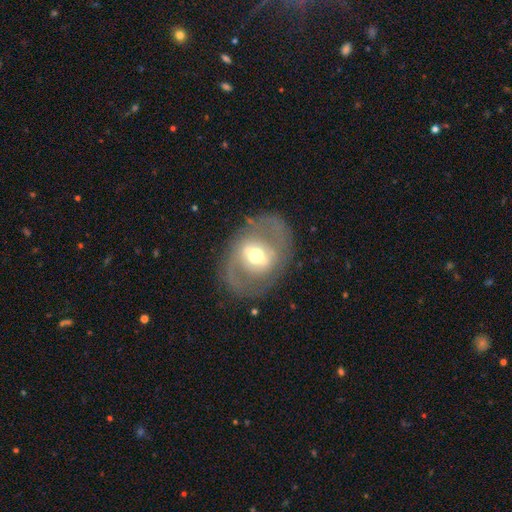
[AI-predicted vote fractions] A featured or disk galaxy (69%) with a strong bar (39%), no spiral arms (54%) and a moderate central bulge (64%). Merging: none (73%).